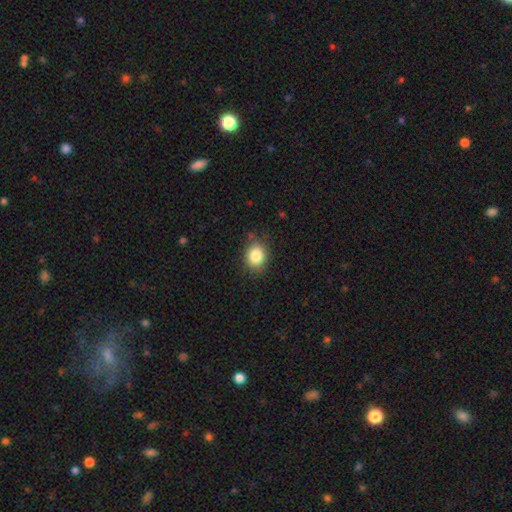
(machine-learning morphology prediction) Smooth or featured? smooth (84%)
How rounded? round (69%)
Merging? none (84%)